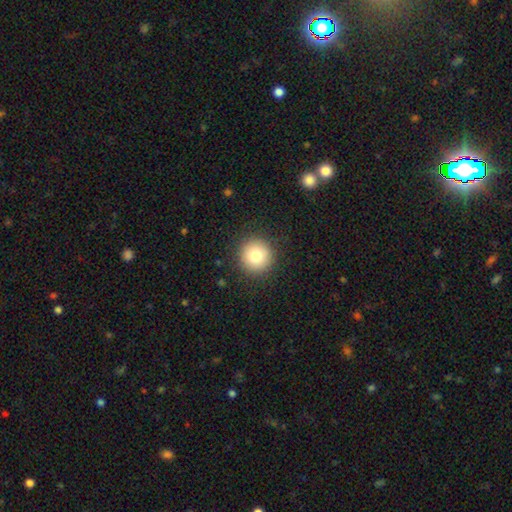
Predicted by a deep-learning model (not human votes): Overall: smooth (80%). How rounded: round (95%). Merging: none (90%).